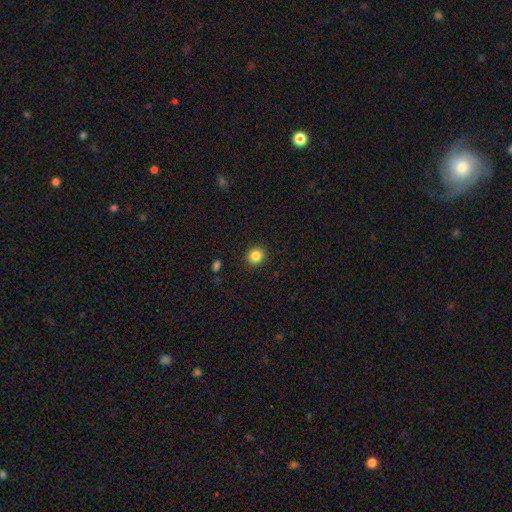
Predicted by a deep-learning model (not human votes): Smooth or featured?
  - smooth: 85% *
  - star or artifact: 10%
  - featured or disk: 5%
How rounded?
  - round: 83% *
  - in between: 16%
  - cigar-shaped: 1%
Merging?
  - none: 91% *
  - minor disturbance: 6%
  - major disturbance: 2%
  - merger: 1%